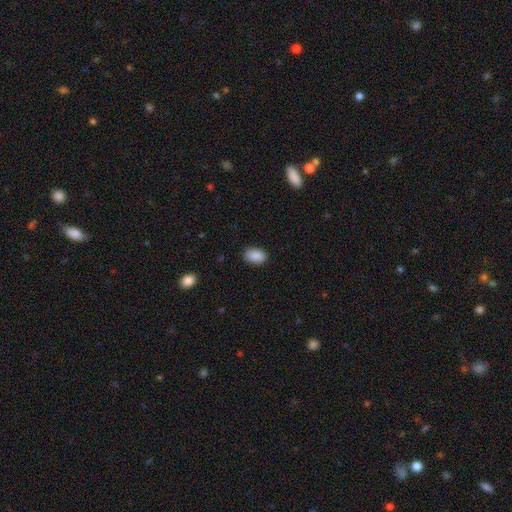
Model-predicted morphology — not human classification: Smooth or featured? smooth (89%)
How rounded? in between (88%)
Merging? none (86%)